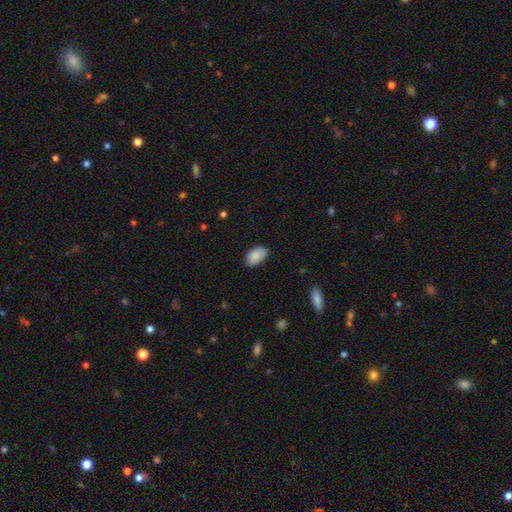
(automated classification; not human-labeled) Smooth or featured?
  - smooth: 88% *
  - star or artifact: 7%
  - featured or disk: 6%
How rounded?
  - in between: 92% *
  - round: 6%
  - cigar-shaped: 1%
Merging?
  - none: 81% *
  - minor disturbance: 15%
  - major disturbance: 2%
  - merger: 1%